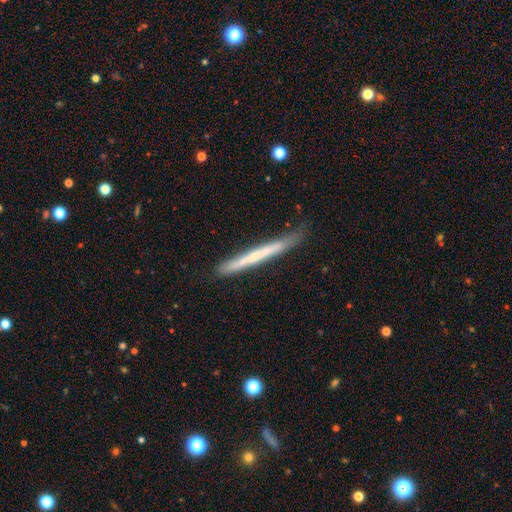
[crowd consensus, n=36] Smooth or featured?
  - featured or disk: 67% *
  - smooth: 28%
  - star or artifact: 6%
Edge-on disk?
  - yes: 100% *
  - no: 0%
Edge-on bulge?
  - none: 79% *
  - rounded: 12%
  - boxy: 8%
Merging?
  - none: 82% *
  - minor disturbance: 15%
  - major disturbance: 3%
  - merger: 0%